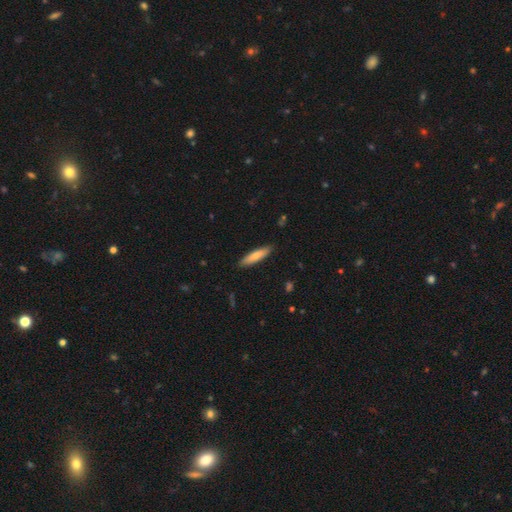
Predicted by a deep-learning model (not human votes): This is likely a smooth galaxy (77%). How rounded: likely cigar-shaped (79%). Merging: clearly none (88%).